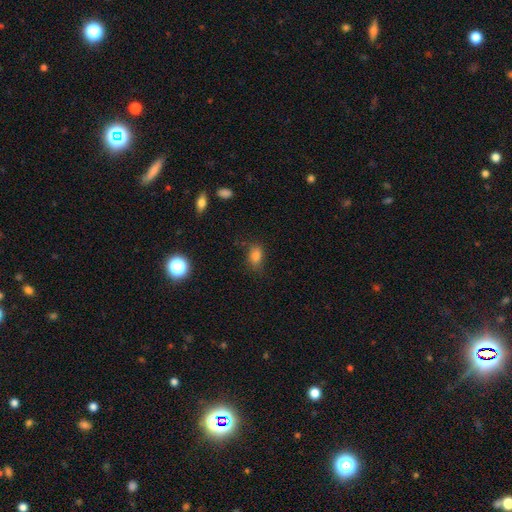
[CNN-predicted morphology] smooth-or-featured: smooth: 80% | star or artifact: 13% | featured or disk: 7%
  how-rounded: in between: 79% | round: 19% | cigar-shaped: 2%
  merging: none: 71% | minor disturbance: 20% | major disturbance: 6% | merger: 2%